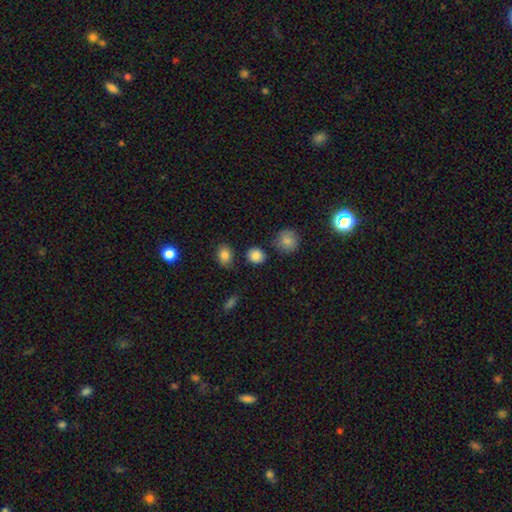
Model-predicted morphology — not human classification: Q: Smooth or featured?
A: smooth (85%); runner-up: star or artifact (10%)
Q: How rounded?
A: round (78%); runner-up: in between (21%)
Q: Merging?
A: none (83%); runner-up: minor disturbance (9%)